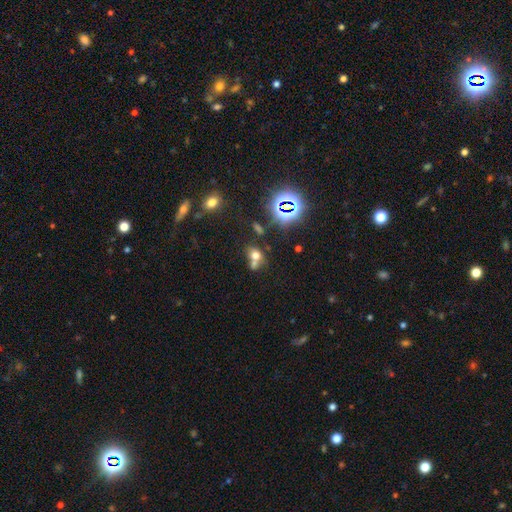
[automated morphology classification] Smooth or featured?
  - smooth: 61% *
  - star or artifact: 24%
  - featured or disk: 15%
How rounded?
  - in between: 51% *
  - round: 47%
  - cigar-shaped: 2%
Merging?
  - merger: 48% *
  - none: 36%
  - minor disturbance: 10%
  - major disturbance: 5%